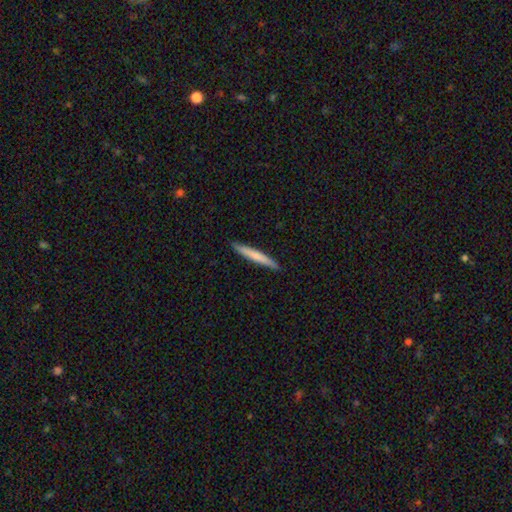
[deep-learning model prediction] A smooth galaxy with no disk features (67%) that is cigar-shaped (96%). Merging: none (92%).